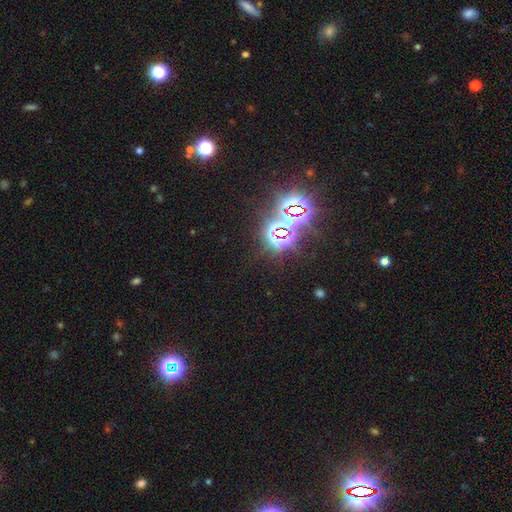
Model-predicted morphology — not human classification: Smooth or featured: star or artifact — 65% (smooth — 25%)